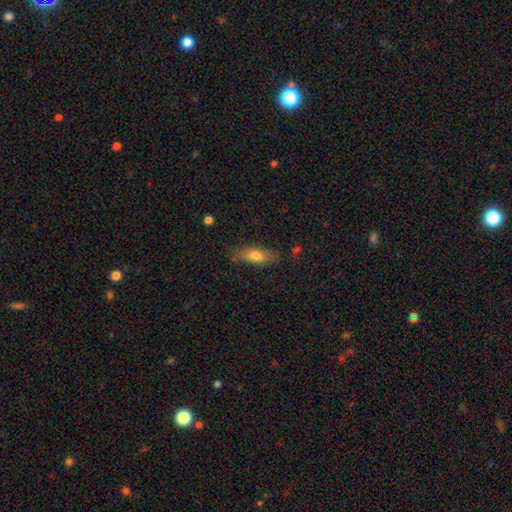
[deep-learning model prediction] Morphology: type=smooth (73%); roundness=in between (70%); merging=none (74%).